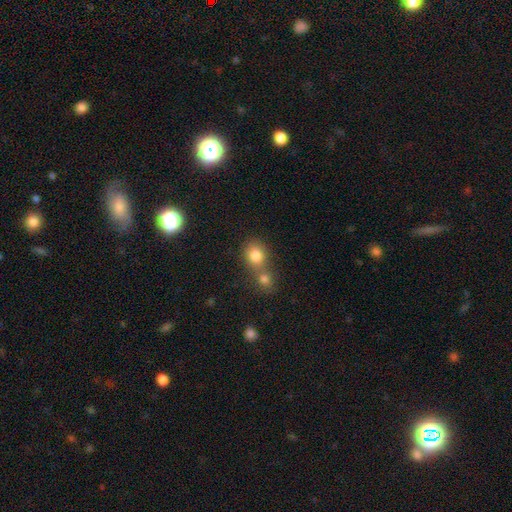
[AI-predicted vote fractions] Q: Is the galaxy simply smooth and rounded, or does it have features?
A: smooth — 81%.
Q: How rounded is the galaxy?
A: round — 66%.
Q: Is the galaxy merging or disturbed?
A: merger — 49%.